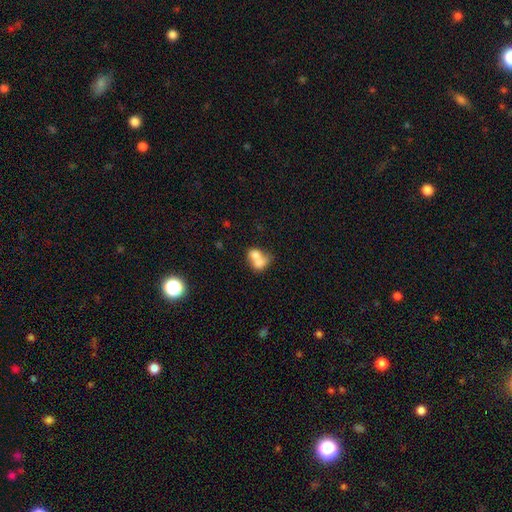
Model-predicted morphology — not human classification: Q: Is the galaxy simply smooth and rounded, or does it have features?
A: smooth — 71%.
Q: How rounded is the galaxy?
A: in between — 62%.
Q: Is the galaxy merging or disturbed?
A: merger — 74%.